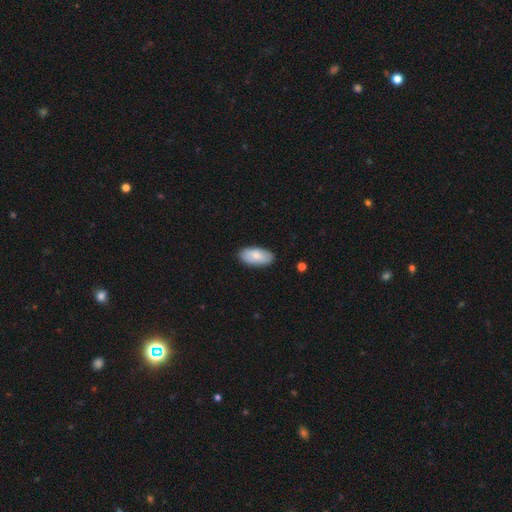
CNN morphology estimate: type=smooth (81%); roundness=in between (94%); merging=none (87%).